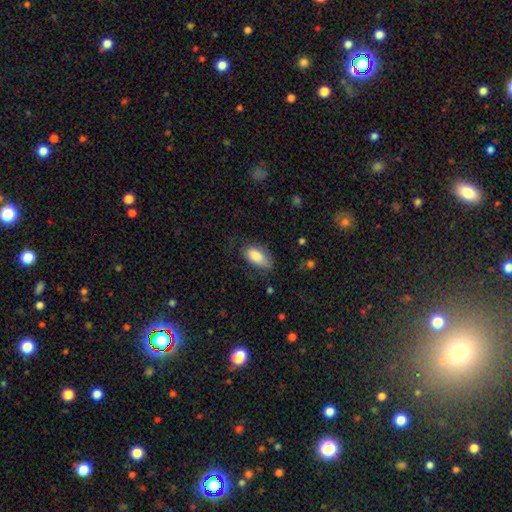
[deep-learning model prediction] Q: Smooth or featured?
A: smooth (84%); runner-up: featured or disk (10%)
Q: How rounded?
A: in between (92%); runner-up: cigar-shaped (6%)
Q: Merging?
A: none (65%); runner-up: minor disturbance (24%)